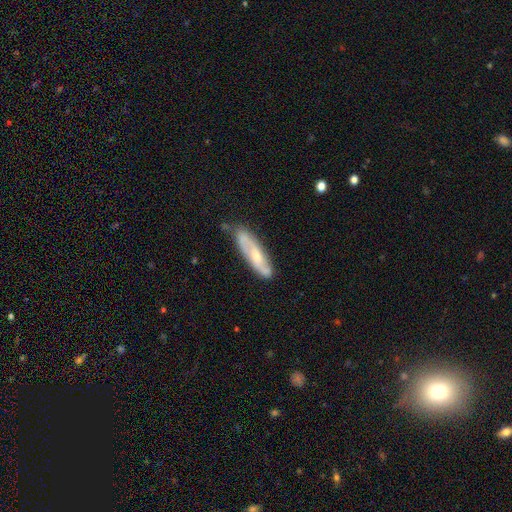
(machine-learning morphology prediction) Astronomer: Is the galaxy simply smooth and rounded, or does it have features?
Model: featured or disk — 61%.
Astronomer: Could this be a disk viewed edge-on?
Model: no — 68%.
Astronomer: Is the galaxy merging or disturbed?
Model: none — 73%.